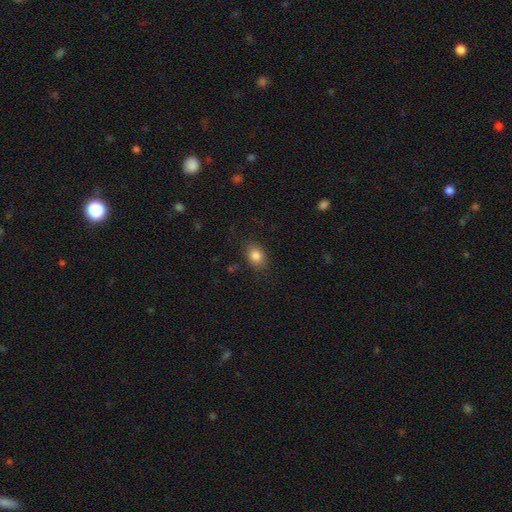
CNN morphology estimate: This is clearly a smooth galaxy (84%). How rounded: likely in between (70%). Merging: clearly none (84%).